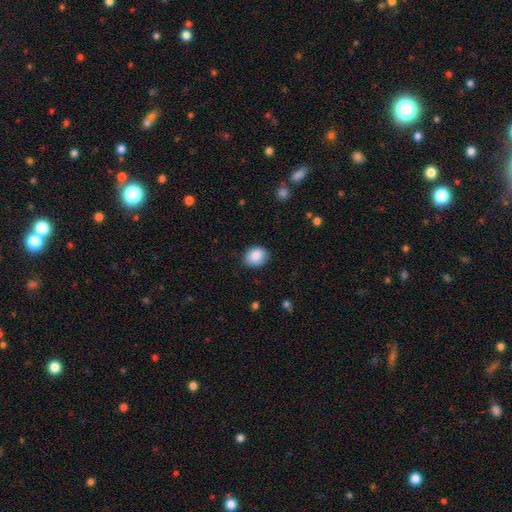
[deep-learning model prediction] smooth-or-featured: smooth: 86% | star or artifact: 8% | featured or disk: 6%
  how-rounded: in between: 50% | round: 49% | cigar-shaped: 1%
  merging: none: 81% | minor disturbance: 16% | major disturbance: 3% | merger: 1%